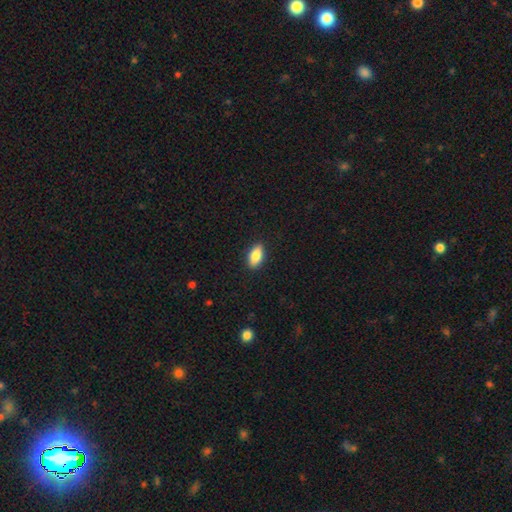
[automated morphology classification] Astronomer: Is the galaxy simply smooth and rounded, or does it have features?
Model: smooth — 82%.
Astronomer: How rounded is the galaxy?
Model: in between — 86%.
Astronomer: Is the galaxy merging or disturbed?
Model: none — 89%.